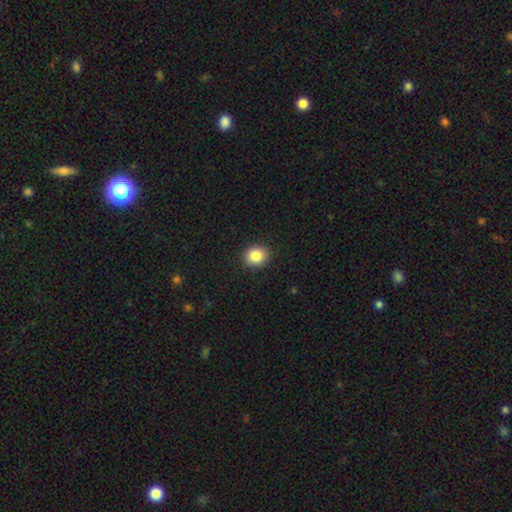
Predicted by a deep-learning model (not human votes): A smooth galaxy with no disk features (85%) that is round (75%). Merging: none (91%).